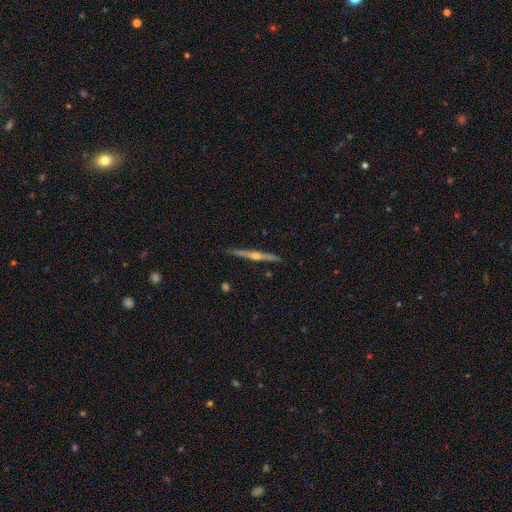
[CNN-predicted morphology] Overall: featured or disk (82%). Edge-on disk: yes (98%). Edge-on bulge: rounded (91%). Merging: none (91%).